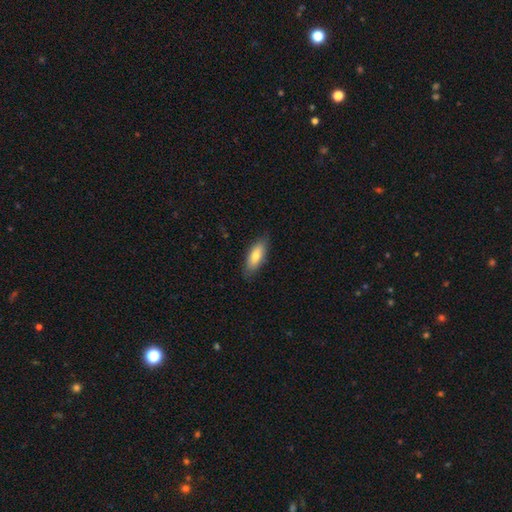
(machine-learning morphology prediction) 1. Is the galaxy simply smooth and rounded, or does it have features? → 76% smooth, 18% featured or disk, 6% star or artifact.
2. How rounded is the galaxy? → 72% in between, 26% cigar-shaped, 2% round.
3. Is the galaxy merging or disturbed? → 83% none, 13% minor disturbance, 3% major disturbance, 1% merger.